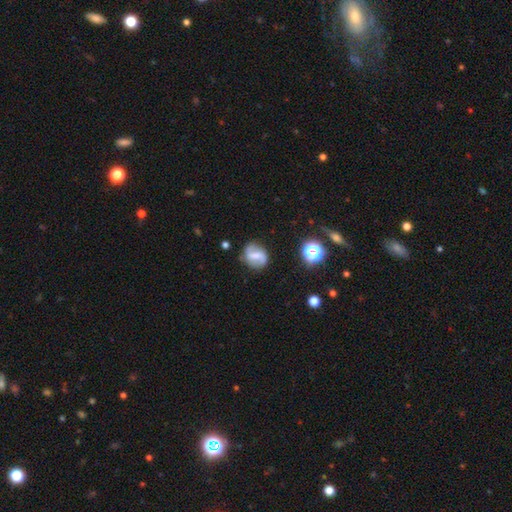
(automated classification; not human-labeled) A featured or disk galaxy (60%) with a weak bar (42%), spiral arms (81%) and a small central bulge (40%). Merging: none (76%).